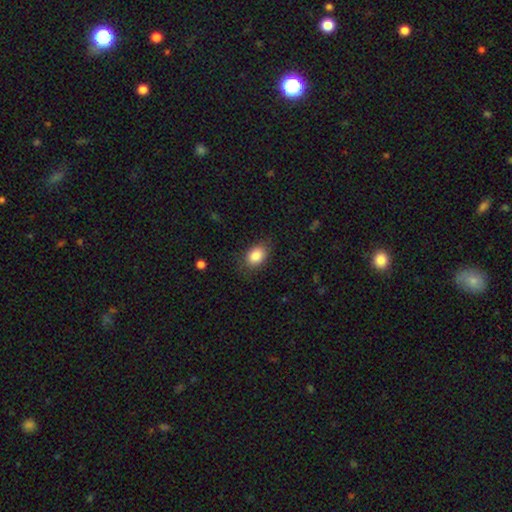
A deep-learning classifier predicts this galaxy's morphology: The model was most divided on "how rounded": in between: 79%, round: 20%, cigar-shaped: 1%. More confident: smooth or featured — smooth (86%); merging — none (78%).